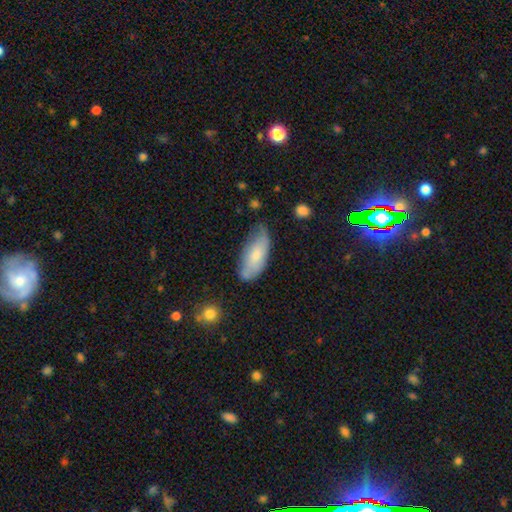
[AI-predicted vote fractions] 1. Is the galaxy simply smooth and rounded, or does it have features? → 69% smooth, 25% featured or disk, 6% star or artifact.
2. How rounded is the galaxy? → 84% in between, 14% cigar-shaped, 2% round.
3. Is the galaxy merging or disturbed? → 54% none, 35% minor disturbance, 8% major disturbance, 3% merger.